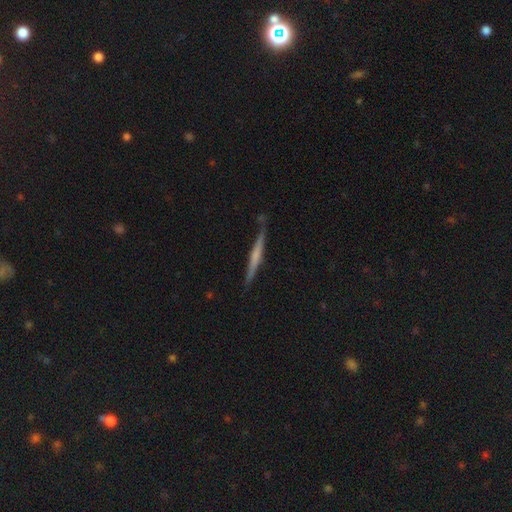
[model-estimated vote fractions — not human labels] A featured or disk galaxy (57%) viewed edge-on (97%) with no central bulge (48%). Merging: none (84%).